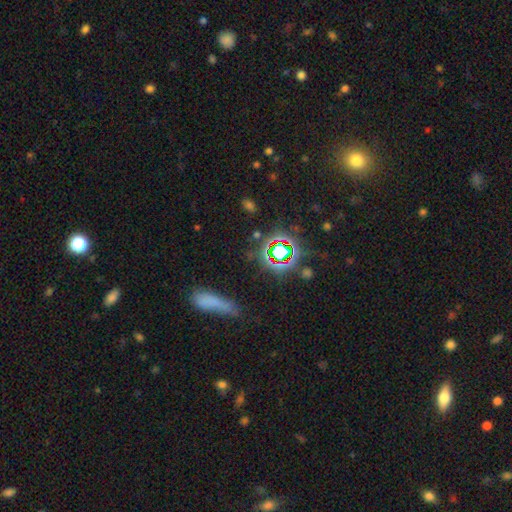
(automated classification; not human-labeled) This appears to be a star or artifact, not a galaxy (61%).